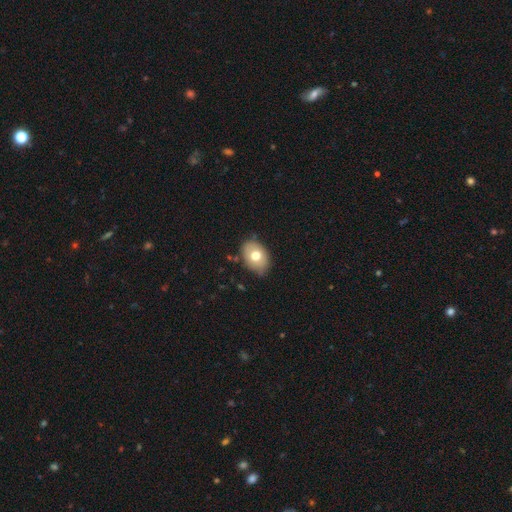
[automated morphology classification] A smooth galaxy with no disk features (70%) that is in between round and cigar-shaped (77%).

Vote fractions:
- Smooth or featured? smooth: 70% / featured or disk: 22% / star or artifact: 8%
- How rounded? in between: 77% / round: 22% / cigar-shaped: 1%
- Merging? none: 77% / minor disturbance: 18% / major disturbance: 3% / merger: 2%